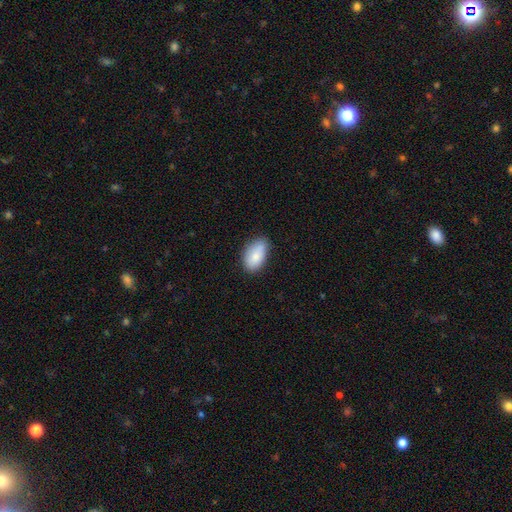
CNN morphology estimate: A smooth galaxy with no disk features (84%) that is in between round and cigar-shaped (93%).

Vote fractions:
- Smooth or featured? smooth: 84% / featured or disk: 9% / star or artifact: 7%
- How rounded? in between: 93% / round: 5% / cigar-shaped: 2%
- Merging? none: 67% / minor disturbance: 26% / major disturbance: 4% / merger: 2%